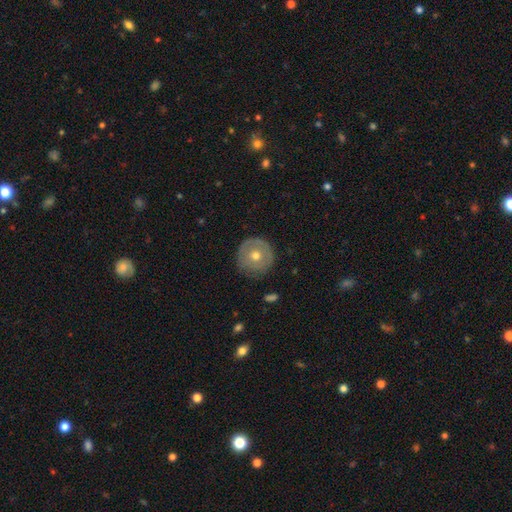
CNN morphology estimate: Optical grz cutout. It shows a smooth galaxy with no disk features (53%) that is round (95%). Merging: none (84%).